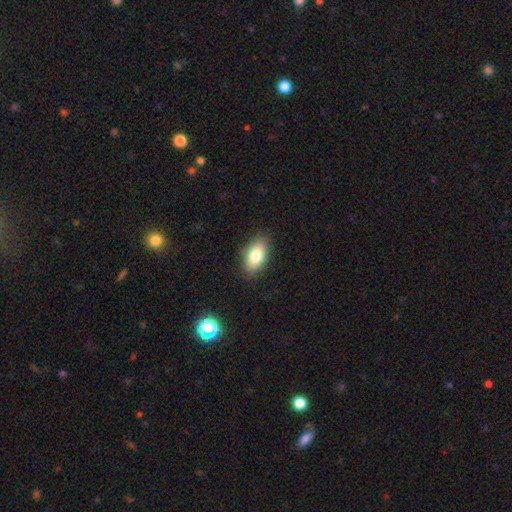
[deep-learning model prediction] This is likely a smooth galaxy (79%). How rounded: clearly in between (91%). Merging: clearly none (87%).